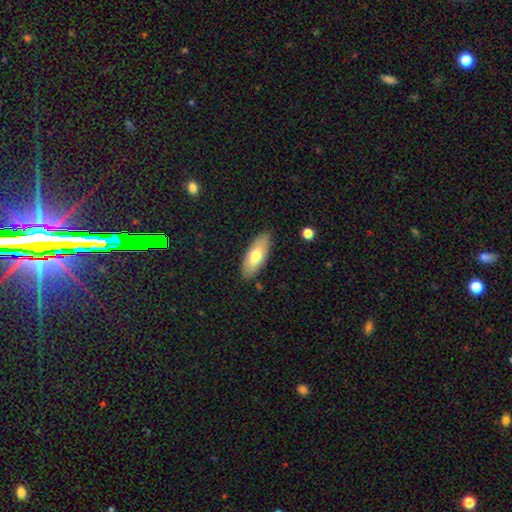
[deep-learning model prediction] This appears to be a smooth galaxy with no disk features (69%) that is in between round and cigar-shaped (80%). Merging: none (85%).